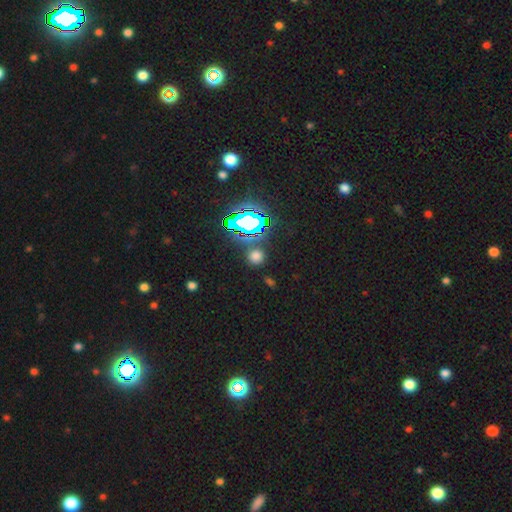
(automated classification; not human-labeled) Smooth or featured?
  - smooth: 58% *
  - star or artifact: 36%
  - featured or disk: 7%
How rounded?
  - round: 88% *
  - in between: 10%
  - cigar-shaped: 2%
Merging?
  - none: 83% *
  - minor disturbance: 8%
  - merger: 5%
  - major disturbance: 3%